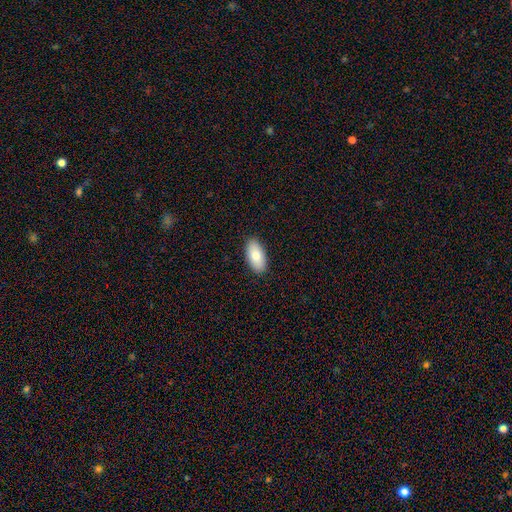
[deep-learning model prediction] smooth_or_featured: smooth (p=0.78) [alt: featured or disk p=0.15]
how_rounded: in between (p=0.93) [alt: cigar-shaped p=0.04]
merging: none (p=0.90) [alt: minor disturbance p=0.08]